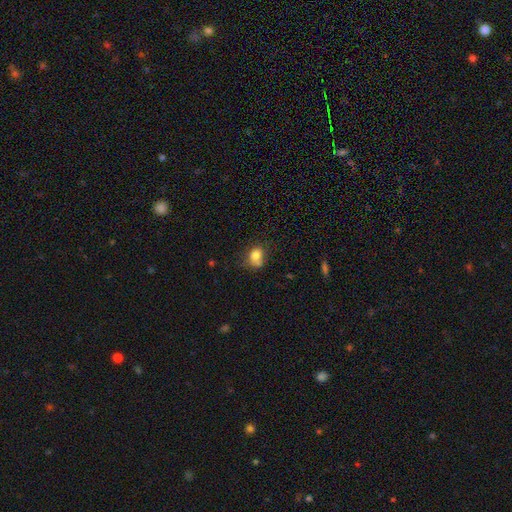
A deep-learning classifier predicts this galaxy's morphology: Smooth or featured?
  - smooth: 78% *
  - star or artifact: 11%
  - featured or disk: 11%
How rounded?
  - in between: 50% *
  - round: 49%
  - cigar-shaped: 1%
Merging?
  - none: 45% *
  - minor disturbance: 26%
  - merger: 17%
  - major disturbance: 12%